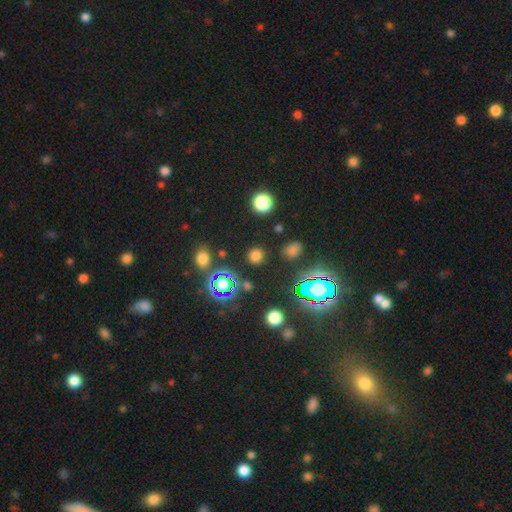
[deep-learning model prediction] A smooth galaxy with no disk features (67%) that is round (91%).

Vote fractions:
- Smooth or featured? smooth: 67% / star or artifact: 28% / featured or disk: 5%
- How rounded? round: 91% / in between: 8% / cigar-shaped: 1%
- Merging? none: 88% / minor disturbance: 7% / major disturbance: 3% / merger: 3%